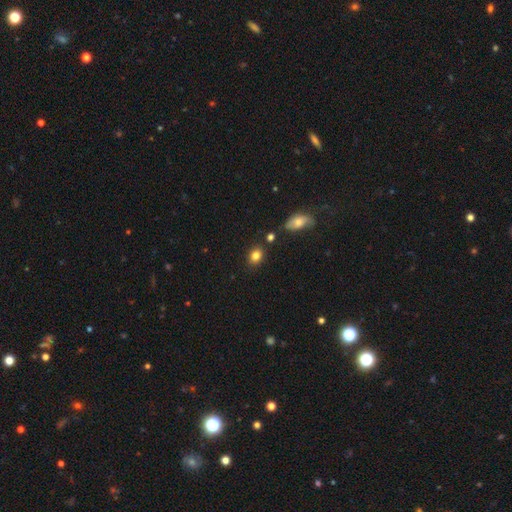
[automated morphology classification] The model was most divided on "how rounded": in between: 58%, round: 40%, cigar-shaped: 1%. More confident: smooth or featured — smooth (82%); merging — none (81%).